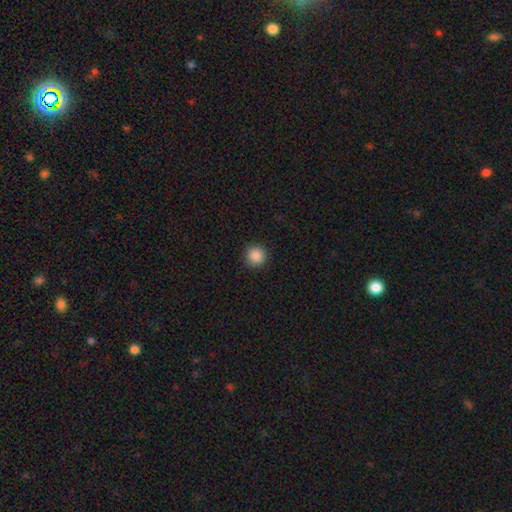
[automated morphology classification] Q: Smooth or featured?
A: smooth (88%); runner-up: star or artifact (10%)
Q: How rounded?
A: round (95%); runner-up: in between (4%)
Q: Merging?
A: none (92%); runner-up: minor disturbance (5%)